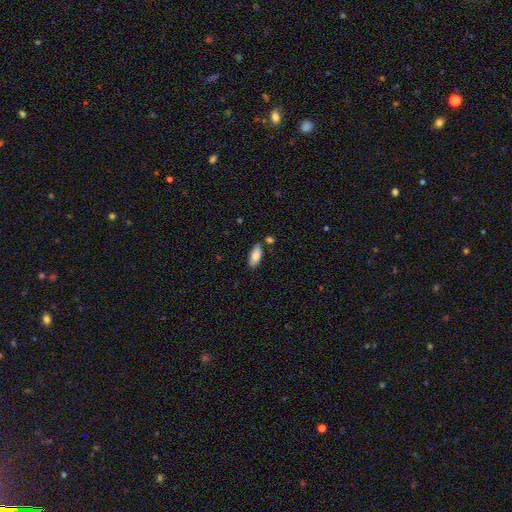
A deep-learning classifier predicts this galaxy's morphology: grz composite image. It shows a smooth galaxy with no disk features (82%) that is in between round and cigar-shaped (84%). Merging: none (77%).